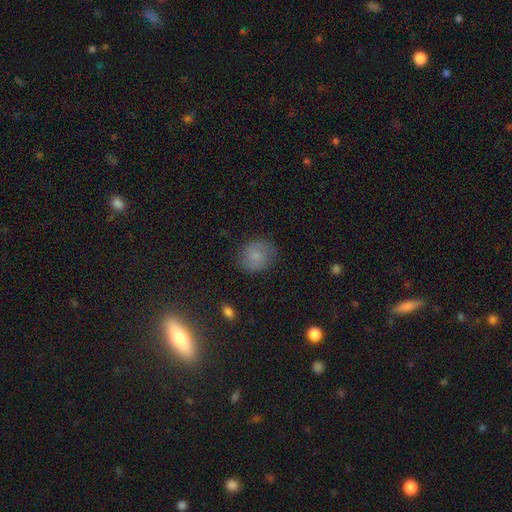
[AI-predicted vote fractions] Q: Smooth or featured?
A: smooth (55%); runner-up: featured or disk (35%)
Q: How rounded?
A: round (71%); runner-up: in between (28%)
Q: Merging?
A: none (79%); runner-up: minor disturbance (15%)